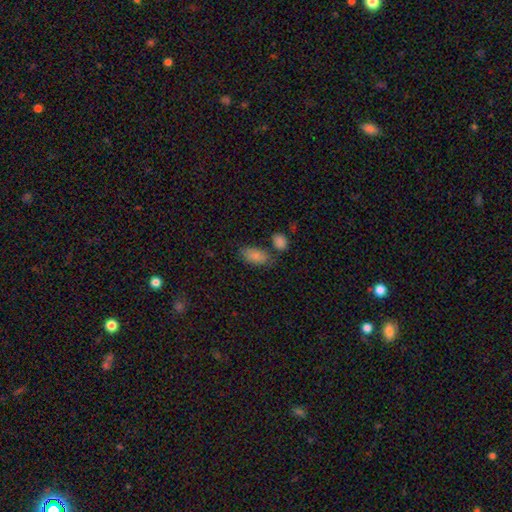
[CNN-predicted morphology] Smooth or featured?
  - smooth: 85% *
  - star or artifact: 8%
  - featured or disk: 7%
How rounded?
  - in between: 93% *
  - round: 4%
  - cigar-shaped: 3%
Merging?
  - none: 62% *
  - minor disturbance: 17%
  - merger: 16%
  - major disturbance: 5%